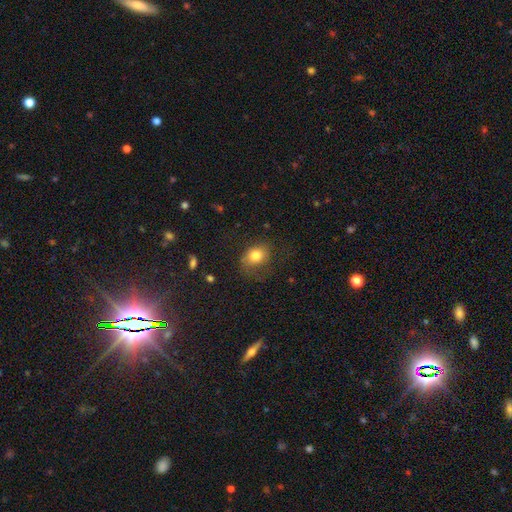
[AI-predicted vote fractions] Smooth or featured? smooth (78%)
How rounded? in between (56%)
Merging? none (58%)